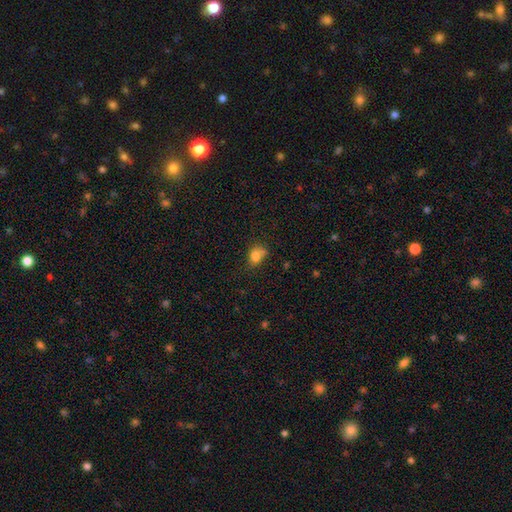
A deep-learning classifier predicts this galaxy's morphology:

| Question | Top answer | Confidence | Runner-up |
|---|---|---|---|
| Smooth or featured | smooth | 79% | star or artifact (12%) |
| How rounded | in between | 57% | round (41%) |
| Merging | none | 43% | minor disturbance (29%) |